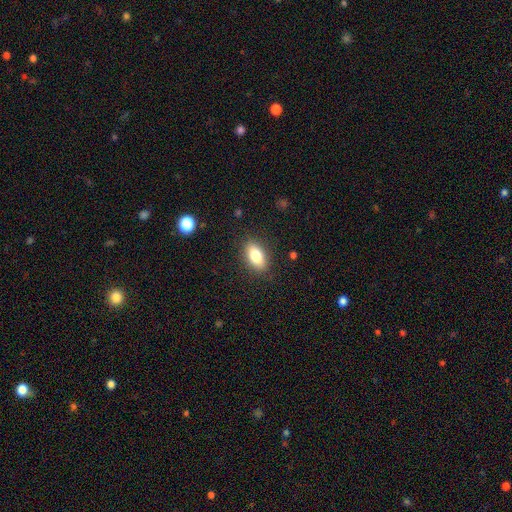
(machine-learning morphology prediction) A smooth galaxy with no disk features (80%) that is in between round and cigar-shaped (87%).

Vote fractions:
- Smooth or featured? smooth: 80% / featured or disk: 12% / star or artifact: 8%
- How rounded? in between: 87% / round: 7% / cigar-shaped: 6%
- Merging? none: 86% / minor disturbance: 10% / major disturbance: 3% / merger: 1%